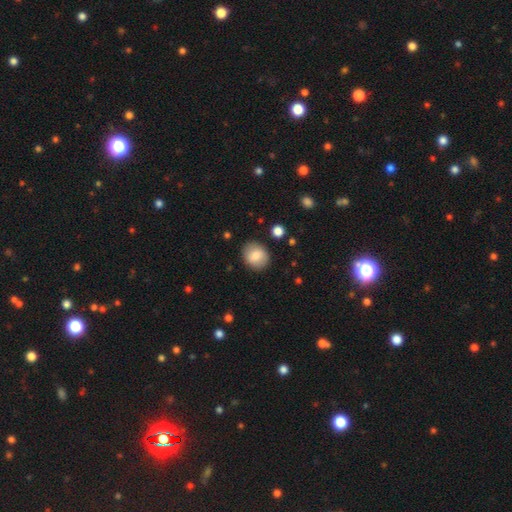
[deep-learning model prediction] The model was most divided on "how rounded": round: 65%, in between: 34%, cigar-shaped: 1%. More confident: merging — none (87%); smooth or featured — smooth (81%).